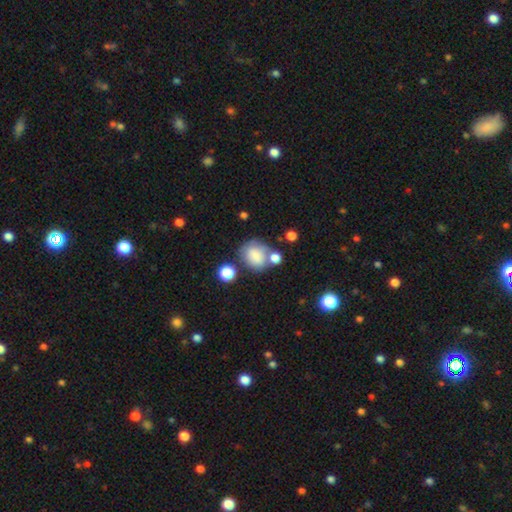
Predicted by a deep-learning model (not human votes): Smooth or featured? Predicted: smooth (p=0.78). How rounded? Predicted: round (p=0.61). Merging? Predicted: none (p=0.50).